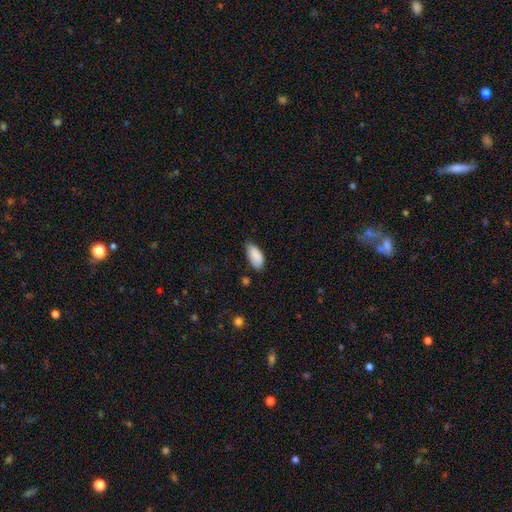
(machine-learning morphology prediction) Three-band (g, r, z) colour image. It shows a smooth galaxy with no disk features (88%) that is in between round and cigar-shaped (90%). Merging: none (63%).